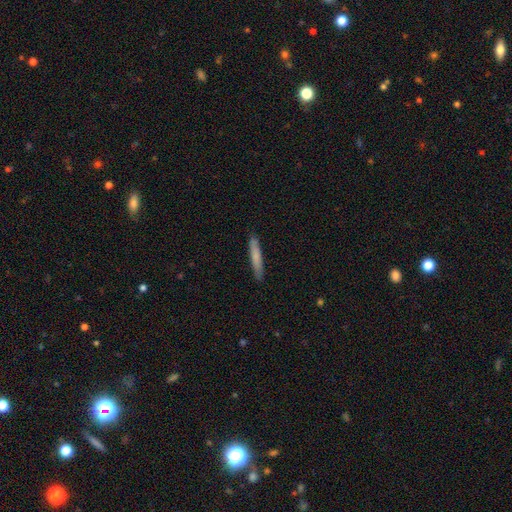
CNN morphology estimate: Smooth or featured: smooth — 75% (featured or disk — 20%)
How rounded: cigar-shaped — 94% (in between — 5%)
Merging: none — 89% (minor disturbance — 9%)